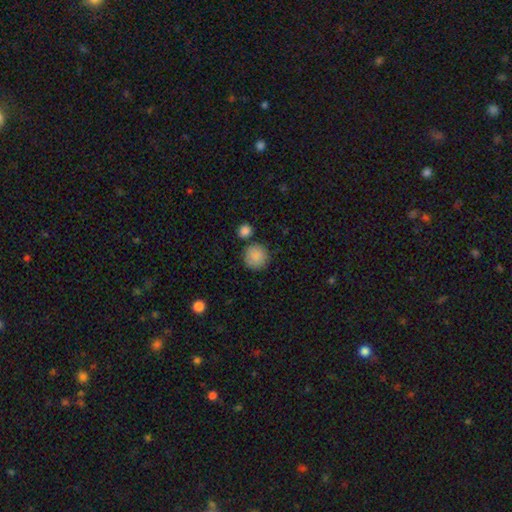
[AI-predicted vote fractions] The model was most divided on "merging": none: 79%, minor disturbance: 10%, merger: 8%, major disturbance: 3%. More confident: how rounded — round (93%); smooth or featured — smooth (88%).